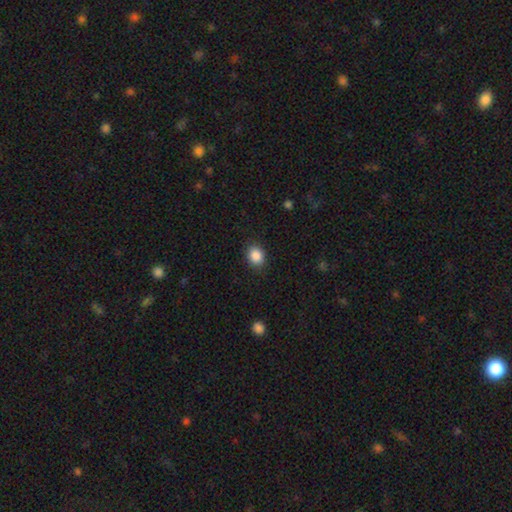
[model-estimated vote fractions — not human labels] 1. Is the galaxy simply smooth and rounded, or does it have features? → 87% smooth, 9% star or artifact, 4% featured or disk.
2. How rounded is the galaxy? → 53% round, 46% in between, 1% cigar-shaped.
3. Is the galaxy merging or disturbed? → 87% none, 9% minor disturbance, 3% major disturbance, 1% merger.